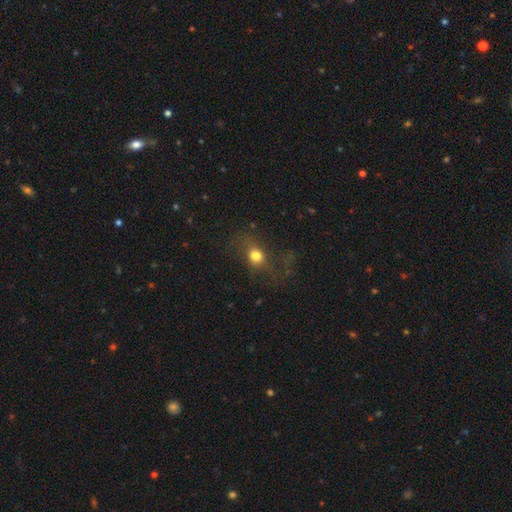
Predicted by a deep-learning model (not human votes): A smooth galaxy with no disk features (66%) that is round (53%). Merging: none (53%).